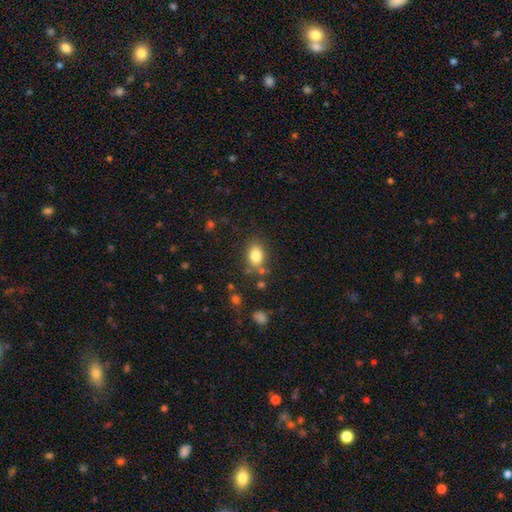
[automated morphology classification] Q: Smooth or featured?
A: smooth (83%); runner-up: star or artifact (10%)
Q: How rounded?
A: in between (76%); runner-up: round (23%)
Q: Merging?
A: none (76%); runner-up: minor disturbance (14%)